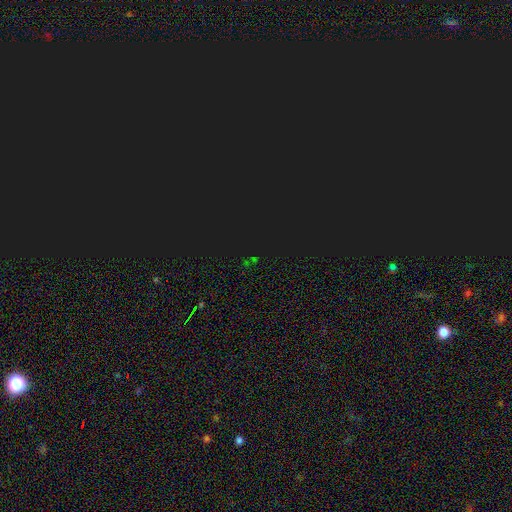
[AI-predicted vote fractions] A star or artifact, not a galaxy (77%).